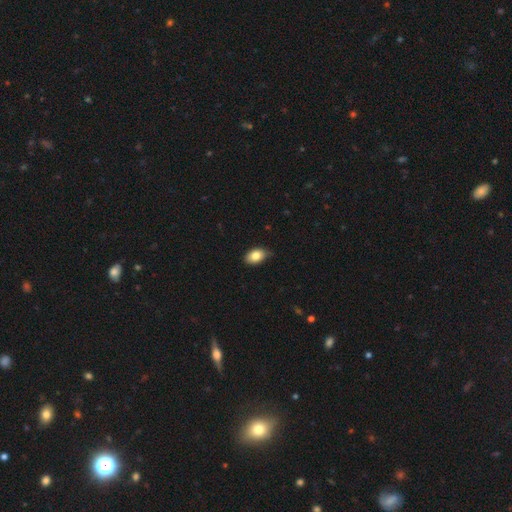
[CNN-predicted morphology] smooth_or_featured: smooth (p=0.84) [alt: featured or disk p=0.09]
how_rounded: in between (p=0.88) [alt: round p=0.10]
merging: none (p=0.77) [alt: minor disturbance p=0.20]